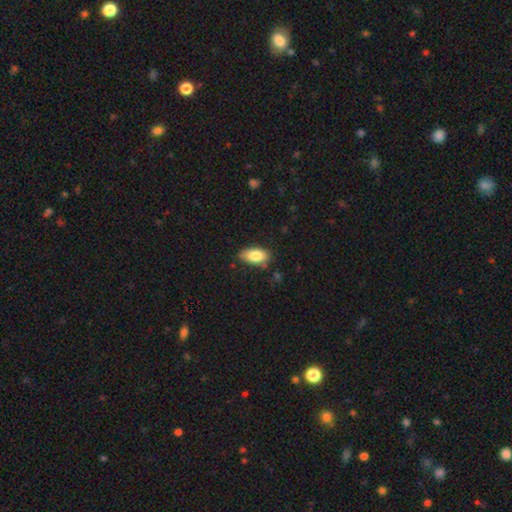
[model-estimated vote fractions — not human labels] This is clearly a smooth galaxy (83%). How rounded: clearly in between (91%). Merging: likely none (75%).